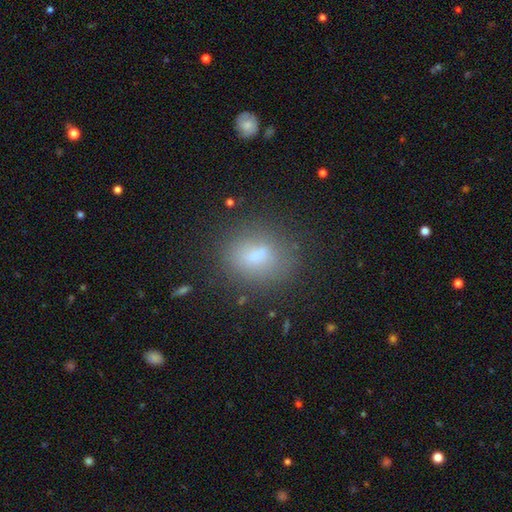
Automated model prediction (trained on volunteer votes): Morphology: type=smooth (74%); roundness=in between (58%); merging=none (74%).